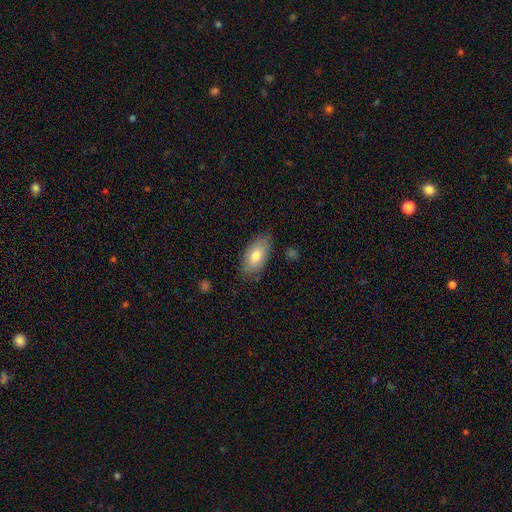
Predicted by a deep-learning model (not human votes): Smooth or featured? smooth (75%)
How rounded? in between (92%)
Merging? none (78%)